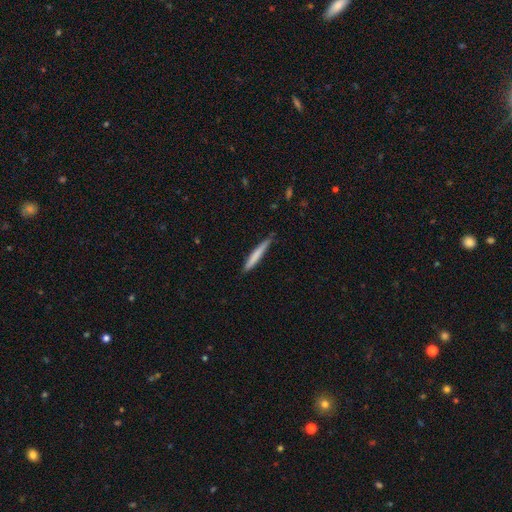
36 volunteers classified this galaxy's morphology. Smooth or featured: smooth — 64% (featured or disk — 33%)
How rounded: cigar-shaped — 100%
Merging: none — 89% (minor disturbance — 9%)